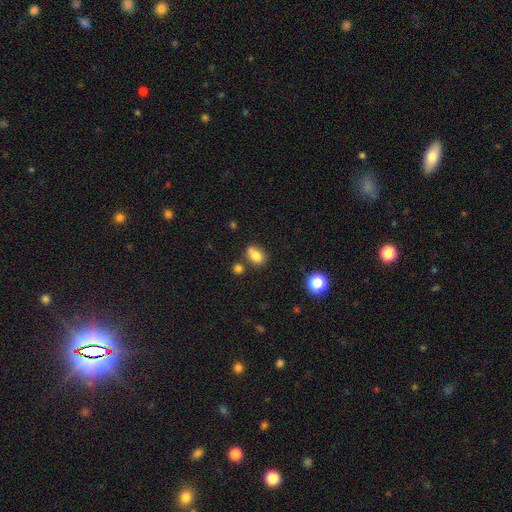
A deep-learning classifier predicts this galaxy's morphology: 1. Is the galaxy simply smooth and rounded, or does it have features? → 78% smooth, 11% star or artifact, 10% featured or disk.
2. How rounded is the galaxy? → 70% in between, 28% round, 2% cigar-shaped.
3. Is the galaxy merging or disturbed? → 52% none, 25% merger, 17% minor disturbance, 5% major disturbance.